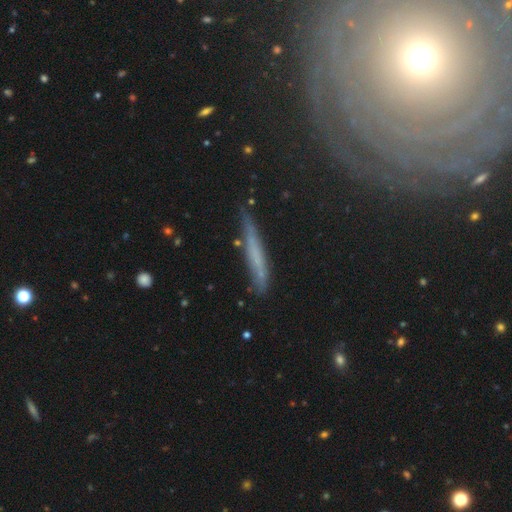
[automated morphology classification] Smooth or featured?
  - smooth: 45% *
  - featured or disk: 42%
  - star or artifact: 13%
Merging?
  - none: 73% *
  - minor disturbance: 19%
  - major disturbance: 5%
  - merger: 3%